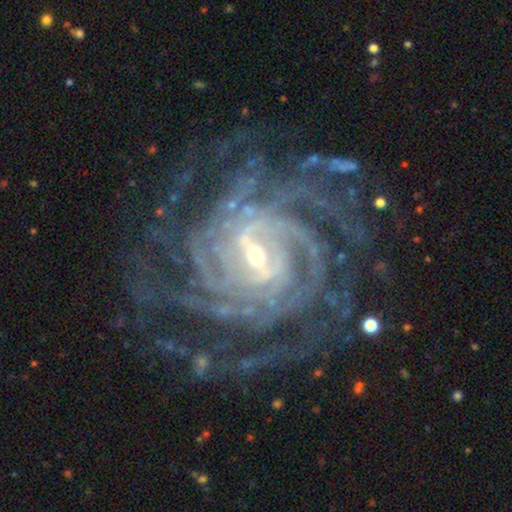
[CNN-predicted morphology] The model was most divided on "spiral arm count": more than 4: 30%, 4: 25%, can't tell: 17%, 3: 11%, 2: 10%, 1: 8%. Remaining: spiral arms — yes (98%); edge-on disk — no (97%); smooth or featured — featured or disk (93%); spiral winding — tight (77%); merging — none (75%); bulge size — small (64%); bar — weak (45%).